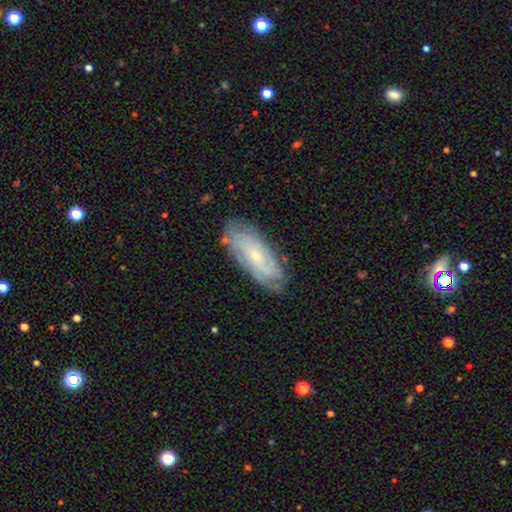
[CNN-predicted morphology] featured or disk 66%, smooth 27%, star or artifact 7%. Down the decision tree: edge-on disk — no (87%); bar — no (70%); spiral arms — yes (83%); bulge size — small (72%); merging — none (78%).